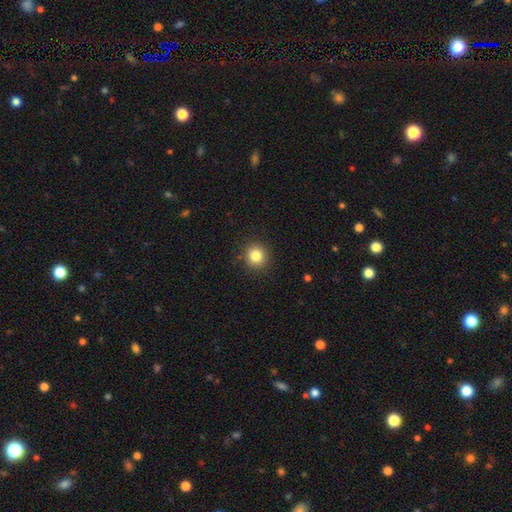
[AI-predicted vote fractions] smooth 82%, star or artifact 12%, featured or disk 6%. Down the decision tree: how rounded — round (91%); merging — none (91%).